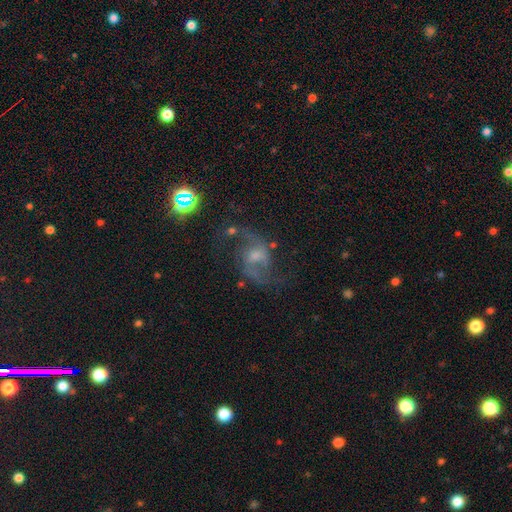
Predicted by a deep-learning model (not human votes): This appears to be a featured or disk galaxy (78%) with a weak bar (45%), 2 (90%) loose (54%) spiral arms (94%) and a small central bulge (43%). Merging: none (69%).